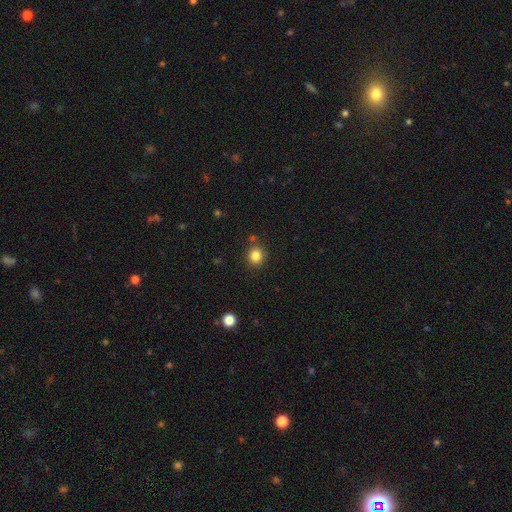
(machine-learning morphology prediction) A smooth galaxy with no disk features (83%) that is round (86%). Merging: none (86%).